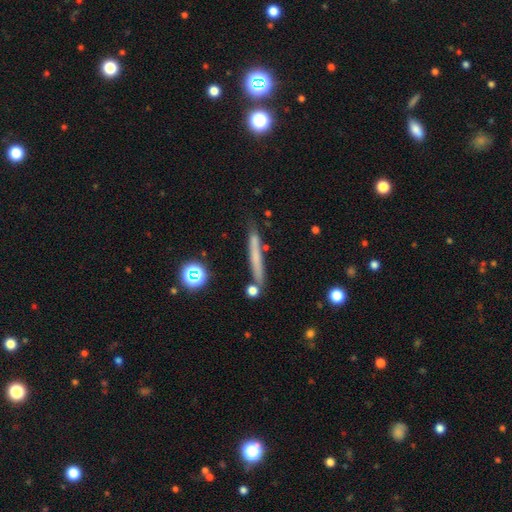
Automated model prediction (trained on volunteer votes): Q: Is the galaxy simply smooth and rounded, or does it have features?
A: smooth — 56%.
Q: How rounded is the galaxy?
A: cigar-shaped — 94%.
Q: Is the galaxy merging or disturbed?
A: none — 77%.